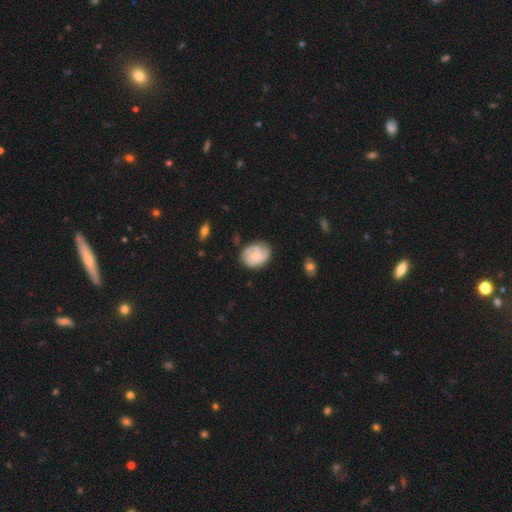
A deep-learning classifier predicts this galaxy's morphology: Smooth or featured?
  - featured or disk: 65% *
  - smooth: 29%
  - star or artifact: 6%
Edge-on disk?
  - no: 98% *
  - yes: 2%
Bar?
  - no: 72% *
  - weak: 25%
  - strong: 3%
Spiral arms?
  - yes: 91% *
  - no: 9%
Spiral winding?
  - tight: 57% *
  - medium: 32%
  - loose: 11%
Spiral arm count?
  - 2: 32% *
  - 3: 27%
  - can't tell: 26%
  - 1: 8%
  - 4: 4%
  - more than 4: 3%
Bulge size?
  - small: 53% *
  - moderate: 38%
  - none: 6%
  - large: 2%
  - dominant: 1%
Merging?
  - none: 67% *
  - minor disturbance: 24%
  - major disturbance: 7%
  - merger: 2%